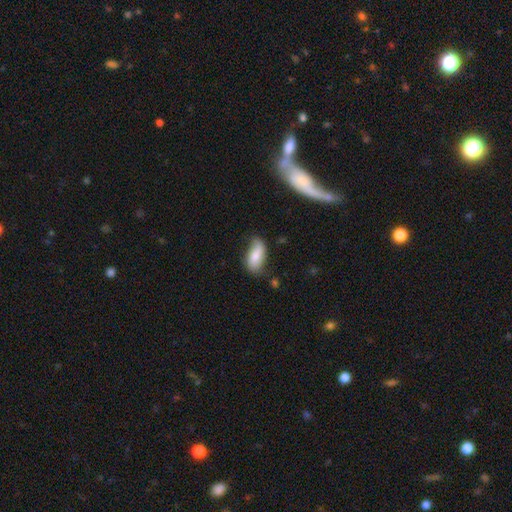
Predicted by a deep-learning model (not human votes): smooth_or_featured: smooth (p=0.71) [alt: featured or disk p=0.22]
how_rounded: in between (p=0.88) [alt: cigar-shaped p=0.09]
merging: none (p=0.62) [alt: minor disturbance p=0.29]